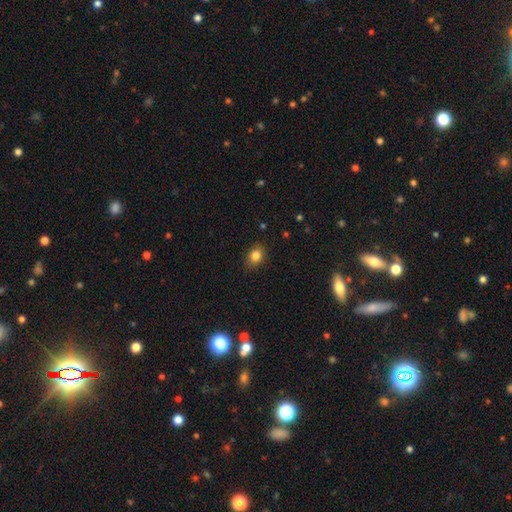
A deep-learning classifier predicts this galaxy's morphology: Smooth or featured?
  - smooth: 84% *
  - star or artifact: 10%
  - featured or disk: 6%
How rounded?
  - in between: 60% *
  - round: 38%
  - cigar-shaped: 1%
Merging?
  - none: 86% *
  - minor disturbance: 11%
  - major disturbance: 2%
  - merger: 1%